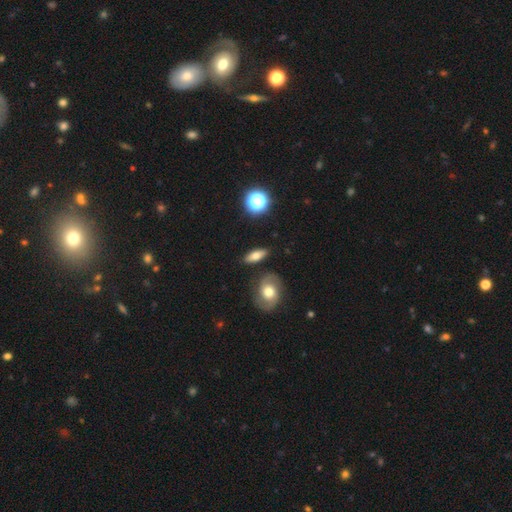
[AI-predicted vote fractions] smooth_or_featured: smooth (p=0.66) [alt: featured or disk p=0.23]
how_rounded: in between (p=0.66) [alt: cigar-shaped p=0.24]
merging: none (p=0.83) [alt: minor disturbance p=0.10]